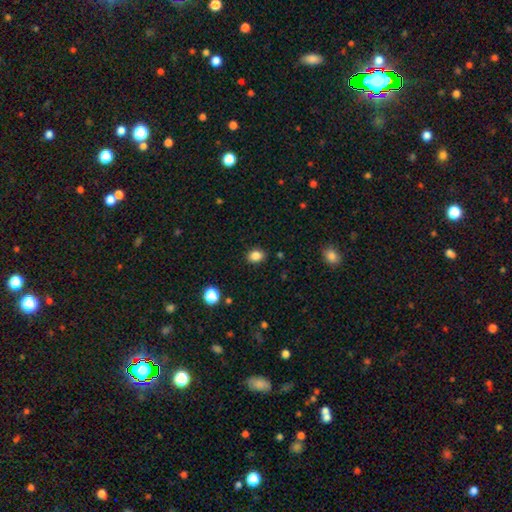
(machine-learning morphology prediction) smooth 85%, star or artifact 11%, featured or disk 4%. Down the decision tree: how rounded — in between (63%); merging — none (87%).